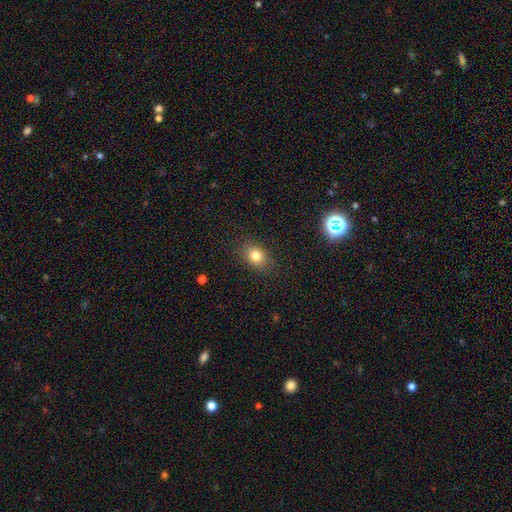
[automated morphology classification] Overall: smooth (80%). How rounded: in between (63%; round 36%). Merging: none (85%).